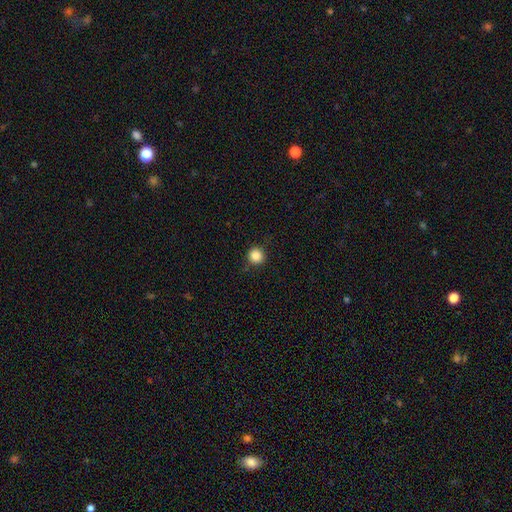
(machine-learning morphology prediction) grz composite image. It shows a smooth galaxy with no disk features (86%) that is round (95%). Merging: none (88%).